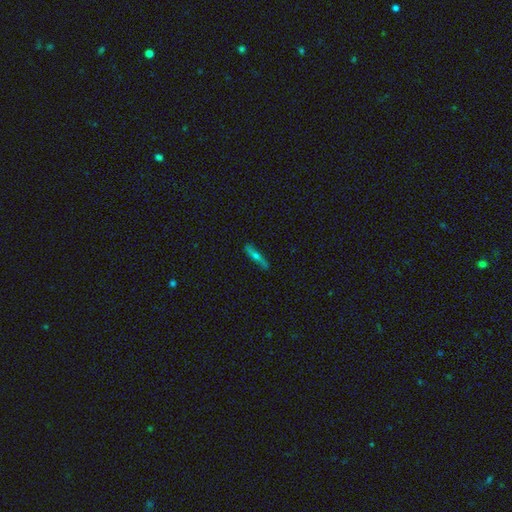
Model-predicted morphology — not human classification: A featured or disk galaxy (53%) viewed edge-on (84%).

Vote fractions:
- Smooth or featured? featured or disk: 53% / smooth: 40% / star or artifact: 8%
- Edge-on disk? yes: 84% / no: 16%
- Merging? none: 82% / minor disturbance: 14% / major disturbance: 3% / merger: 2%